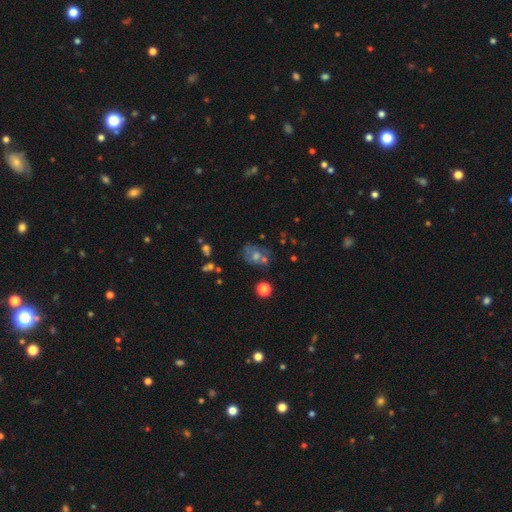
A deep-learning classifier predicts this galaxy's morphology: Smooth or featured: smooth — 45% (featured or disk — 36%)
Merging: none — 43% (minor disturbance — 21%)